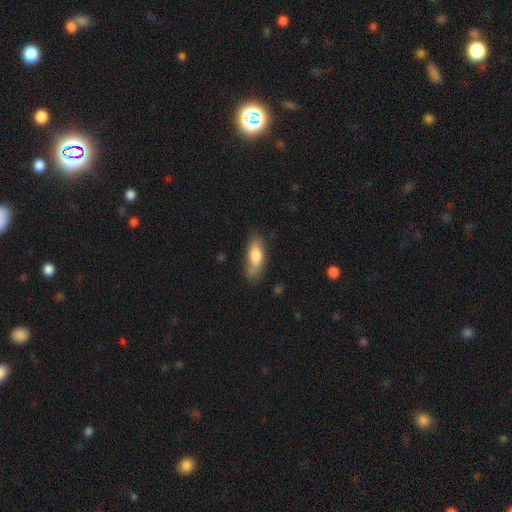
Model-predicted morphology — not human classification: This appears to be a smooth galaxy with no disk features (74%) that is in between round and cigar-shaped (70%). Merging: none (64%).